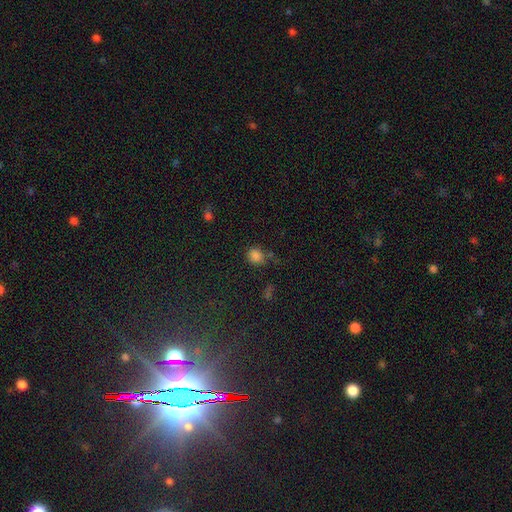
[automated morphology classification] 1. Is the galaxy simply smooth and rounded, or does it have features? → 81% smooth, 14% star or artifact, 5% featured or disk.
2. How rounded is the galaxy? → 71% round, 27% in between, 1% cigar-shaped.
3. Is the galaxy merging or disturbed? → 66% none, 18% minor disturbance, 9% merger, 6% major disturbance.